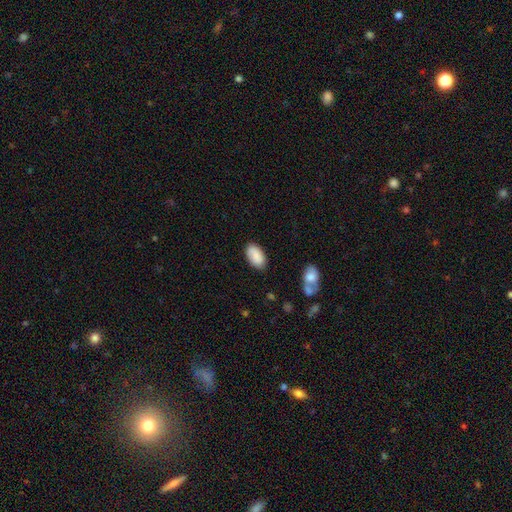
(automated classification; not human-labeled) A smooth galaxy with no disk features (88%) that is in between round and cigar-shaped (95%). Merging: none (82%).